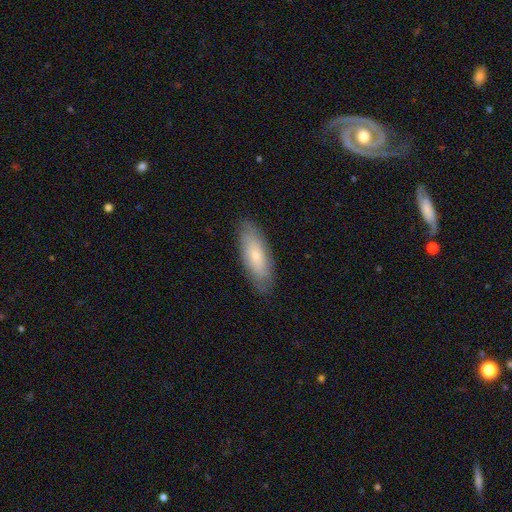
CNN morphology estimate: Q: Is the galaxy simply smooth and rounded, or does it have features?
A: smooth — 67%.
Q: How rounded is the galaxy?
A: in between — 68%.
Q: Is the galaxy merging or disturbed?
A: none — 84%.